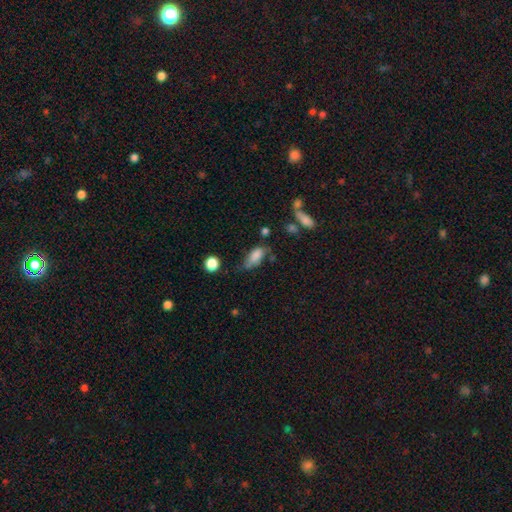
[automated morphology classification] type=smooth (80%); roundness=in between (83%); merging=minor disturbance (39%).